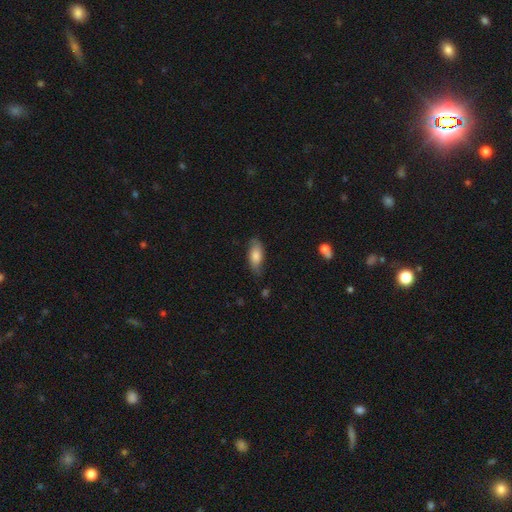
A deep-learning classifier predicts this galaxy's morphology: type=smooth (74%); roundness=in between (79%); merging=none (68%).